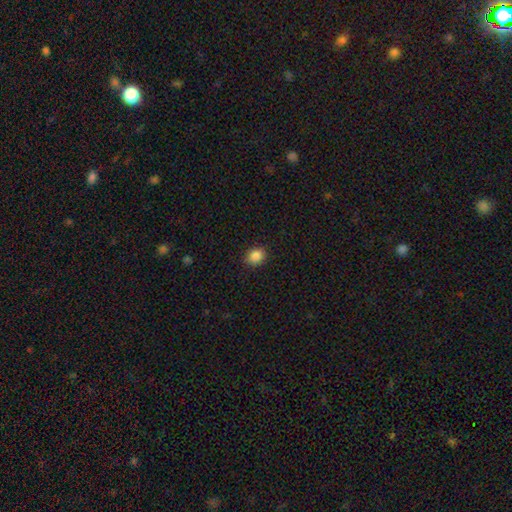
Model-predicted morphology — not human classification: A smooth galaxy with no disk features (86%) that is round (66%). Merging: none (86%).